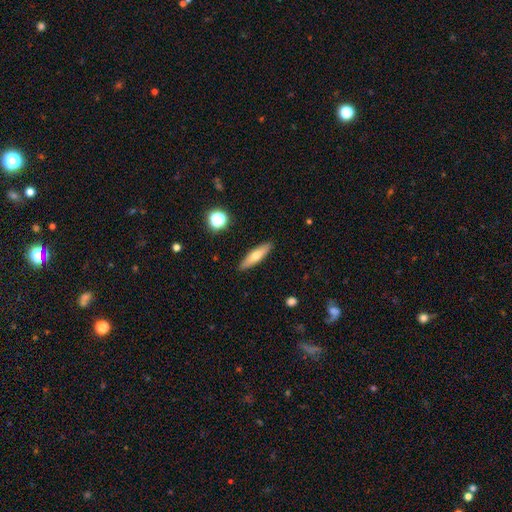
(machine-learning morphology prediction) smooth 61%, featured or disk 32%, star or artifact 7%. Down the decision tree: how rounded — cigar-shaped (71%); merging — none (89%).